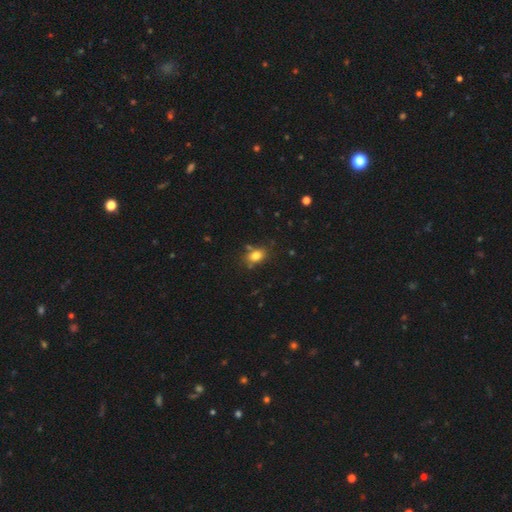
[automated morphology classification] Smooth or featured?
  - smooth: 80% *
  - star or artifact: 11%
  - featured or disk: 8%
How rounded?
  - in between: 72% *
  - round: 26%
  - cigar-shaped: 2%
Merging?
  - none: 74% *
  - minor disturbance: 15%
  - merger: 7%
  - major disturbance: 4%